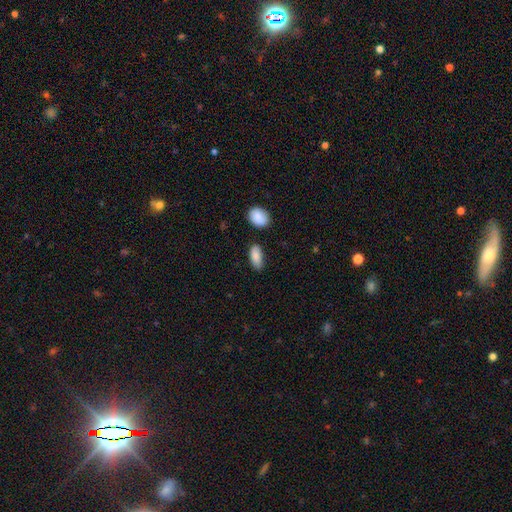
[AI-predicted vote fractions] Smooth or featured: smooth — 88% (star or artifact — 6%)
How rounded: in between — 89% (cigar-shaped — 9%)
Merging: none — 78% (minor disturbance — 14%)